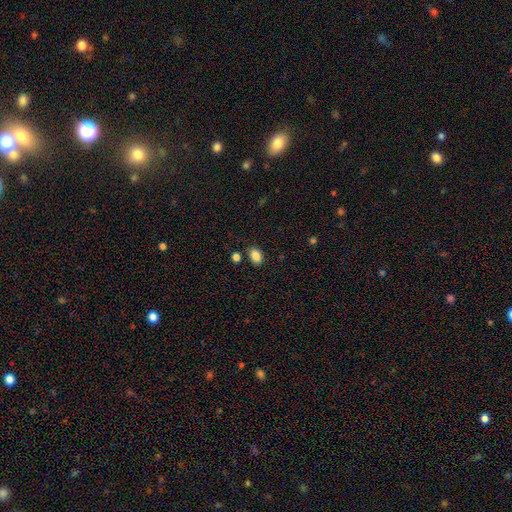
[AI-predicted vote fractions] Morphology: type=smooth (87%); roundness=in between (84%); merging=none (83%).